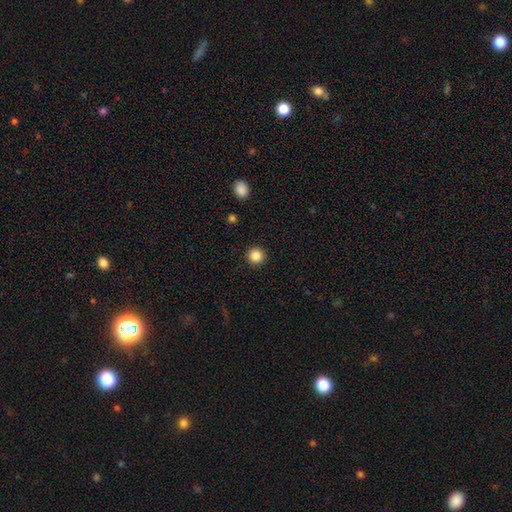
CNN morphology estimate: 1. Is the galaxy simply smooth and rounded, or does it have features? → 86% smooth, 10% star or artifact, 4% featured or disk.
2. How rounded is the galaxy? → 95% round, 4% in between, 1% cigar-shaped.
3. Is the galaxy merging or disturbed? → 93% none, 5% minor disturbance, 2% major disturbance, 1% merger.